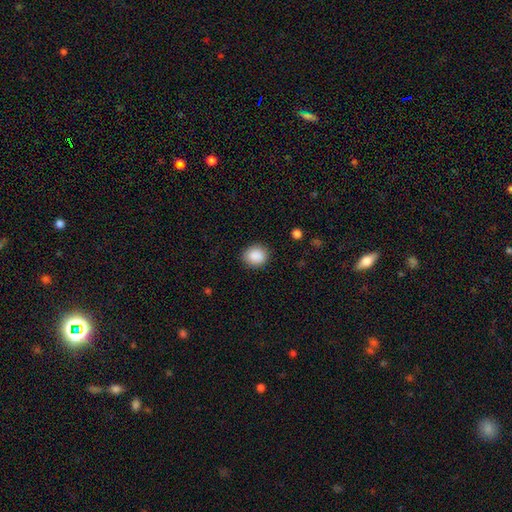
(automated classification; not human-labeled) Smooth or featured: smooth — 89% (star or artifact — 8%)
How rounded: round — 71% (in between — 28%)
Merging: none — 89% (minor disturbance — 8%)